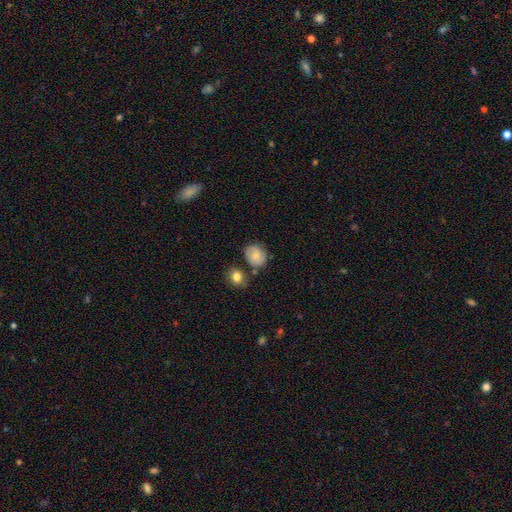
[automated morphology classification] Smooth or featured: smooth — 68% (featured or disk — 23%)
How rounded: round — 67% (in between — 32%)
Merging: none — 66% (minor disturbance — 20%)